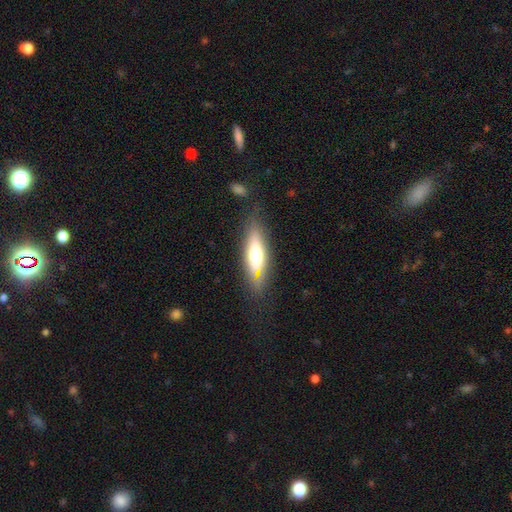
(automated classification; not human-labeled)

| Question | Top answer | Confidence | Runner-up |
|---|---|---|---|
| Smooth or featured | smooth | 51% | featured or disk (42%) |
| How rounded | cigar-shaped | 57% | in between (40%) |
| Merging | none | 73% | minor disturbance (18%) |